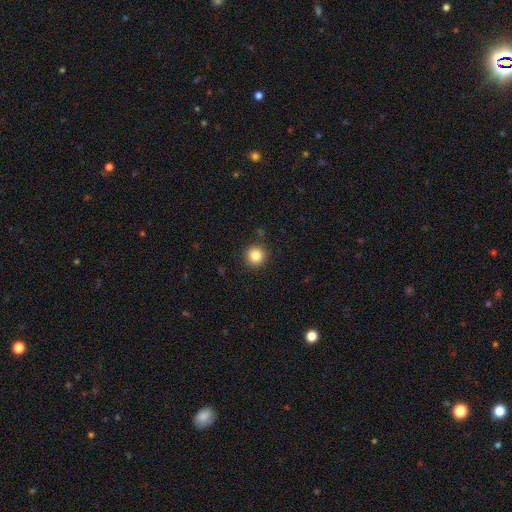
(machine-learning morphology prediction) A smooth galaxy with no disk features (83%) that is round (95%). Merging: none (90%).